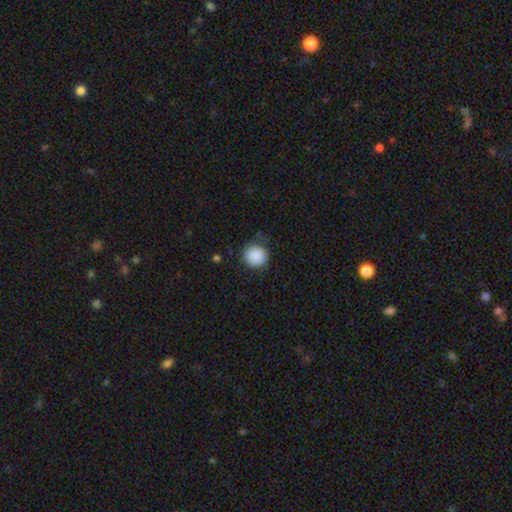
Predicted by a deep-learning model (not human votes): A smooth galaxy with no disk features (89%) that is round (91%).

Vote fractions:
- Smooth or featured? smooth: 89% / star or artifact: 8% / featured or disk: 3%
- How rounded? round: 91% / in between: 8% / cigar-shaped: 1%
- Merging? none: 80% / minor disturbance: 14% / major disturbance: 4% / merger: 1%